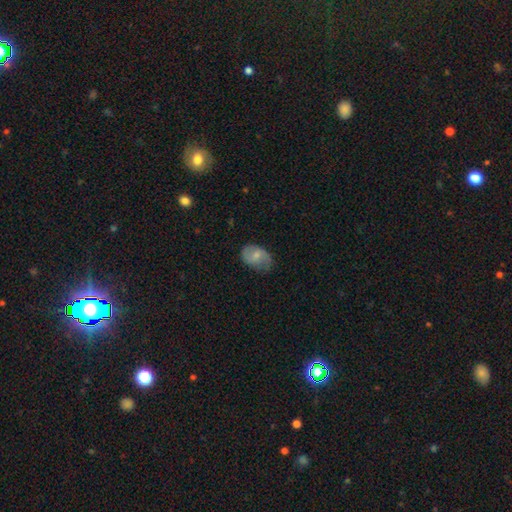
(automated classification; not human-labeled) This appears to be a smooth galaxy with no disk features (58%) that is in between round and cigar-shaped (83%). Merging: none (62%).